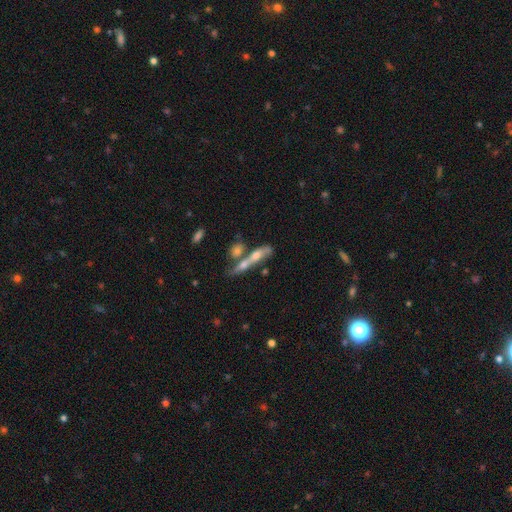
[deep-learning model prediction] Q: Smooth or featured?
A: featured or disk (55%); runner-up: smooth (35%)
Q: Edge-on disk?
A: yes (74%); runner-up: no (26%)
Q: Merging?
A: merger (43%); runner-up: none (38%)